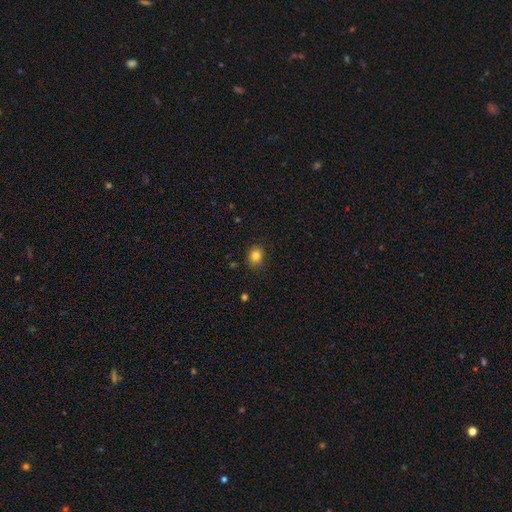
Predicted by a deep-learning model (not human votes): smooth 83%, star or artifact 12%, featured or disk 5%. Down the decision tree: how rounded — round (67%); merging — none (83%).